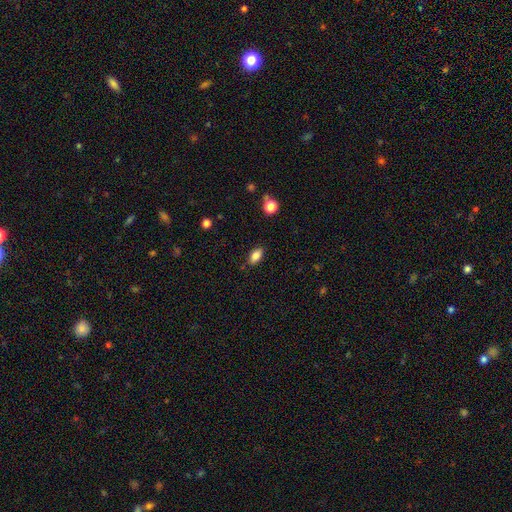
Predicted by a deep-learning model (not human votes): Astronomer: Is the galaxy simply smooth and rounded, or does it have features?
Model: smooth — 84%.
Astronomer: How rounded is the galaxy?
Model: in between — 89%.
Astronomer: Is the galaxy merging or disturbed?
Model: none — 85%.